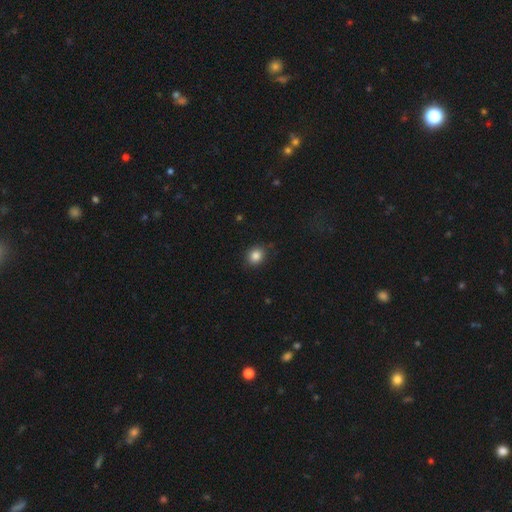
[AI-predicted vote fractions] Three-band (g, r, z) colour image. It shows a smooth galaxy with no disk features (85%) that is round (65%). Merging: none (84%).